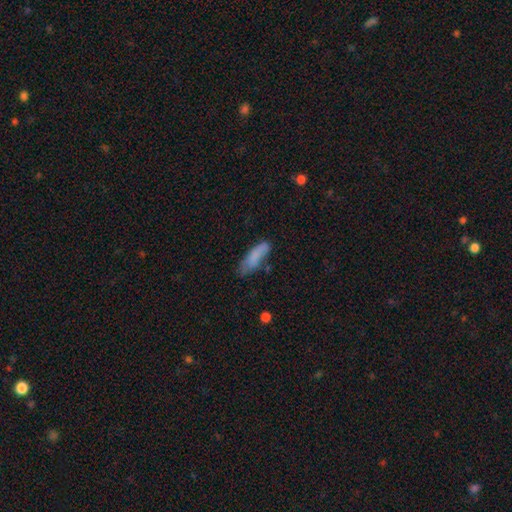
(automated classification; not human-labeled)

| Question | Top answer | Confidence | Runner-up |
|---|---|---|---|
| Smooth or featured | smooth | 79% | featured or disk (13%) |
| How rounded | in between | 49% | tied: cigar-shaped (49%) |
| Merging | none | 54% | minor disturbance (29%) |